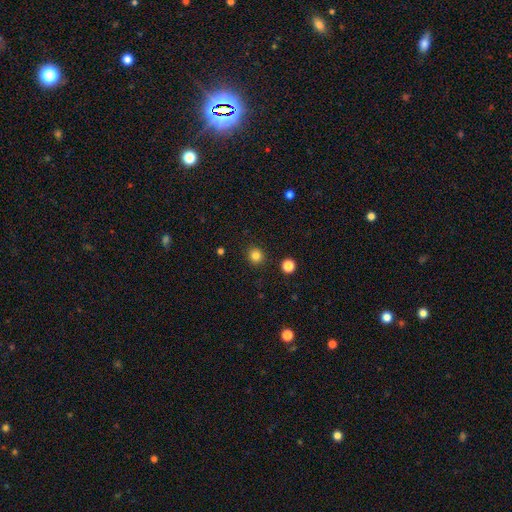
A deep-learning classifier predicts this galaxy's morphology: smooth_or_featured: smooth (p=0.83) [alt: star or artifact p=0.13]
how_rounded: round (p=0.91) [alt: in between p=0.08]
merging: none (p=0.91) [alt: minor disturbance p=0.05]